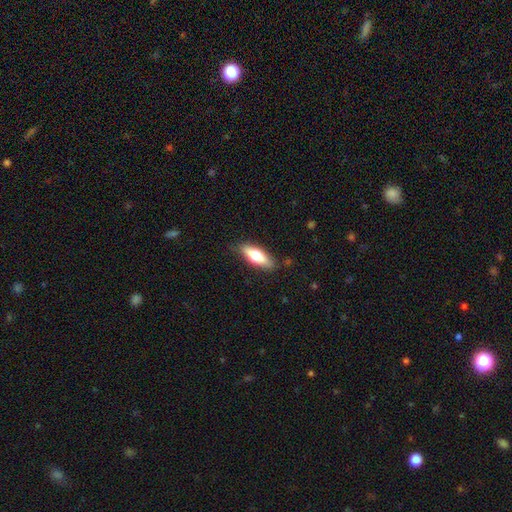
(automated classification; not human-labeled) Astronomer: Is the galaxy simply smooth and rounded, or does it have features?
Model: smooth — 66%.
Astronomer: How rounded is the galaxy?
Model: in between — 56% (runner-up: cigar-shaped, 42%).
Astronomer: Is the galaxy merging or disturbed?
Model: none — 83%.